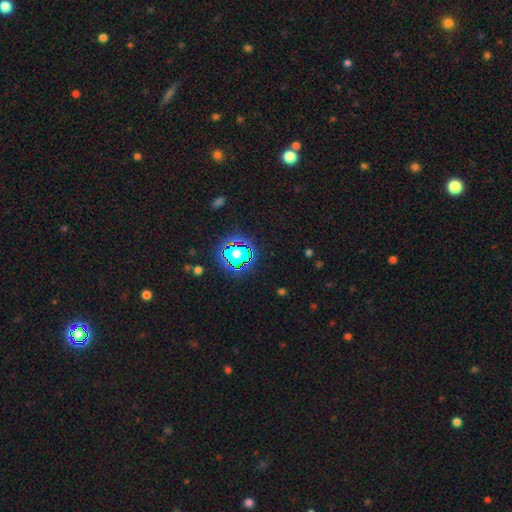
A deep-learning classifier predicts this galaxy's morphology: smooth_or_featured: star or artifact (p=0.77) [alt: smooth p=0.14]